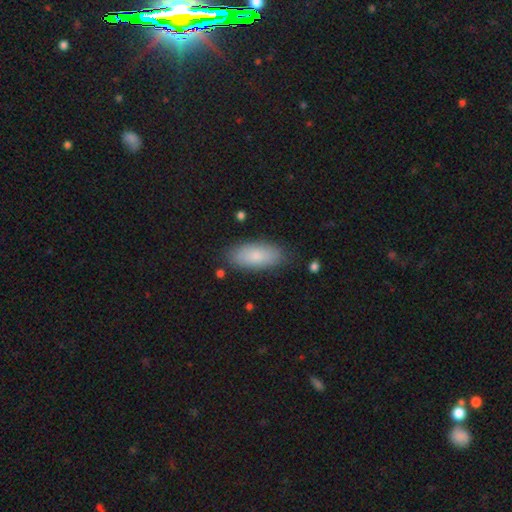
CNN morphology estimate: smooth_or_featured: smooth (p=0.81) [alt: featured or disk p=0.13]
how_rounded: in between (p=0.87) [alt: cigar-shaped p=0.11]
merging: none (p=0.83) [alt: minor disturbance p=0.13]